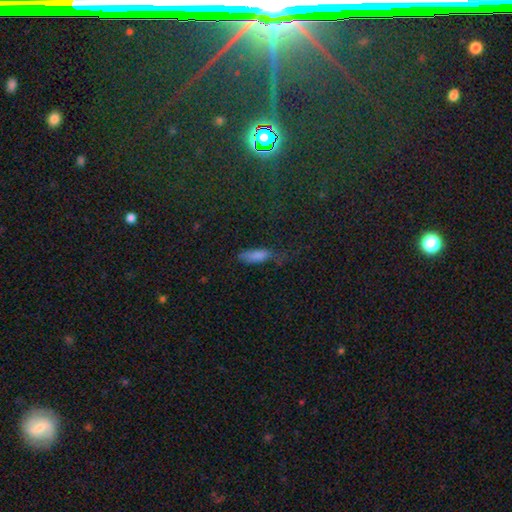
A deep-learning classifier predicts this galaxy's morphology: A smooth galaxy with no disk features (74%) that is in between round and cigar-shaped (51%).

Vote fractions:
- Smooth or featured? smooth: 74% / star or artifact: 14% / featured or disk: 12%
- How rounded? in between: 51% / cigar-shaped: 46% / round: 3%
- Merging? none: 46% / minor disturbance: 32% / major disturbance: 18% / merger: 4%